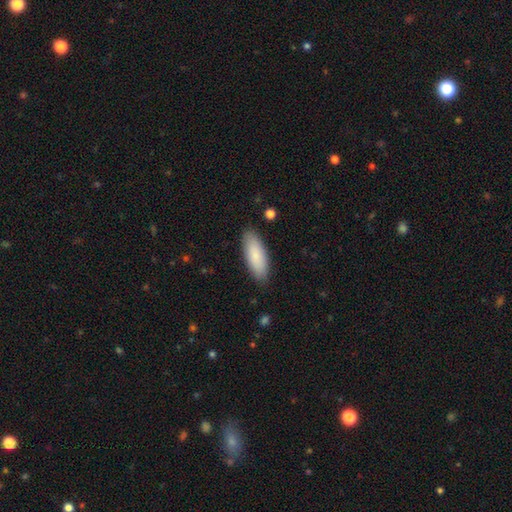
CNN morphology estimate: Q: Smooth or featured?
A: smooth (86%); runner-up: featured or disk (8%)
Q: How rounded?
A: in between (70%); runner-up: cigar-shaped (29%)
Q: Merging?
A: none (87%); runner-up: minor disturbance (10%)